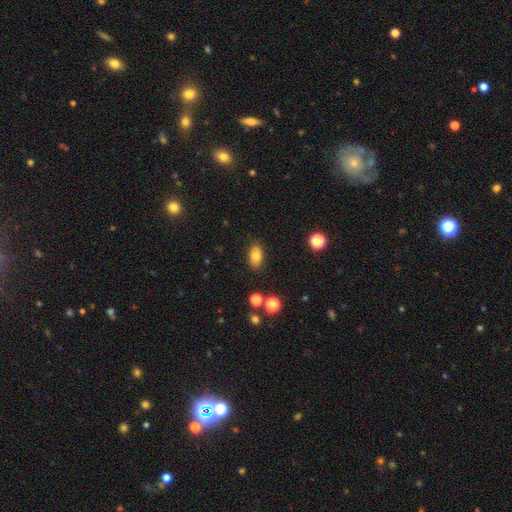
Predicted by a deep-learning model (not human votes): Smooth or featured: smooth — 79% (featured or disk — 11%)
How rounded: in between — 88% (round — 10%)
Merging: none — 86% (minor disturbance — 9%)